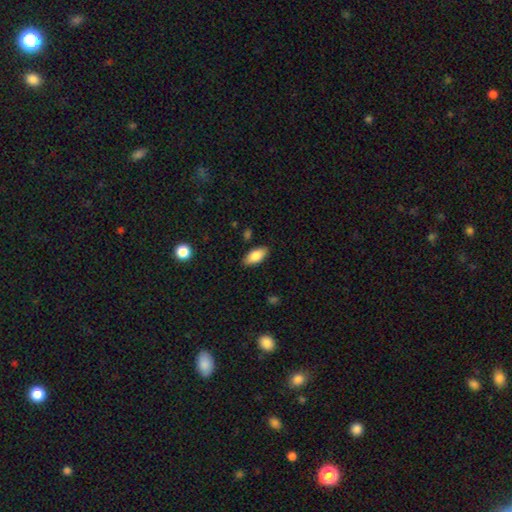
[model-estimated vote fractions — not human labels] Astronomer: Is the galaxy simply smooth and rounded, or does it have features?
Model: smooth — 81%.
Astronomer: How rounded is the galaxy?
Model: in between — 89%.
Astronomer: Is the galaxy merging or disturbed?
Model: none — 86%.